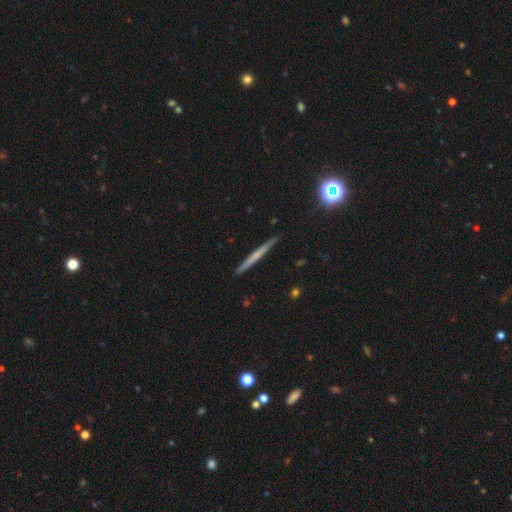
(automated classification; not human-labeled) Q: Smooth or featured?
A: featured or disk (50%); runner-up: smooth (42%)
Q: Edge-on disk?
A: yes (97%); runner-up: no (3%)
Q: Merging?
A: none (91%); runner-up: minor disturbance (6%)